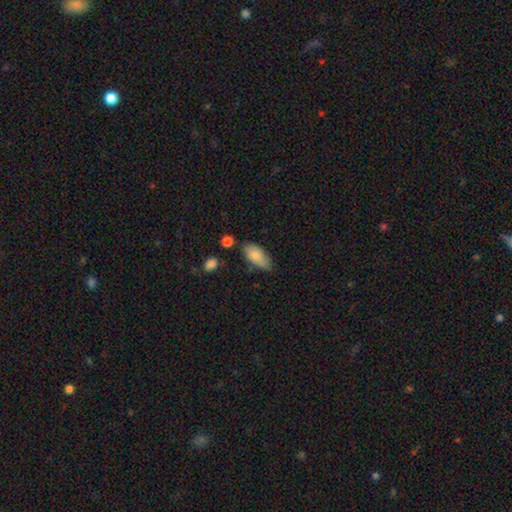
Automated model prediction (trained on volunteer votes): Overall: smooth (82%). How rounded: in between (89%). Merging: none (62%; minor disturbance 28%).